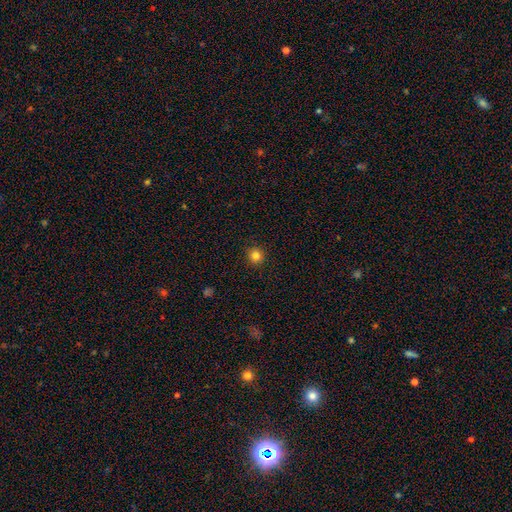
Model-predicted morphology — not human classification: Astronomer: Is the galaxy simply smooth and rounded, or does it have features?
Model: smooth — 83%.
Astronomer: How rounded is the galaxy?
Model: round — 94%.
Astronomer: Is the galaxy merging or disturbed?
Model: none — 92%.